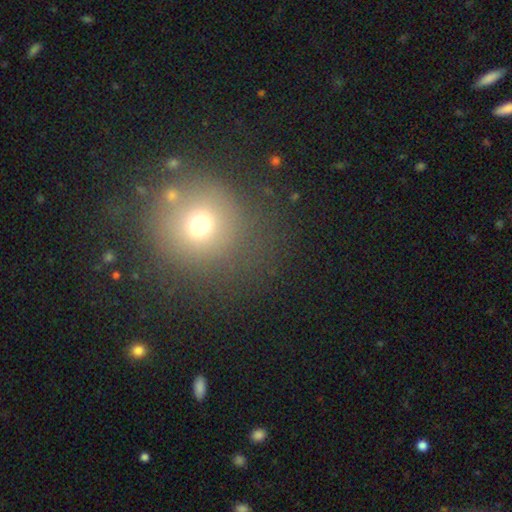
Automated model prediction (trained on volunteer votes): smooth 64%, star or artifact 25%, featured or disk 11%. Down the decision tree: how rounded — round (90%); merging — none (82%).